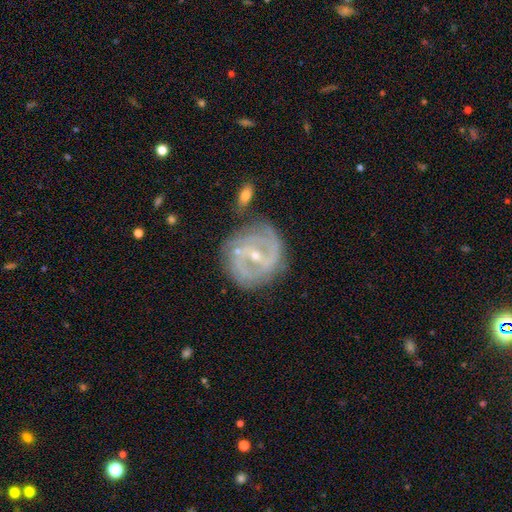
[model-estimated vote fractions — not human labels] This appears to be a featured or disk galaxy (85%) with a weak bar (43%), 2 (66%) tight (44%) spiral arms (89%) and a small central bulge (64%). Merging: none (70%).